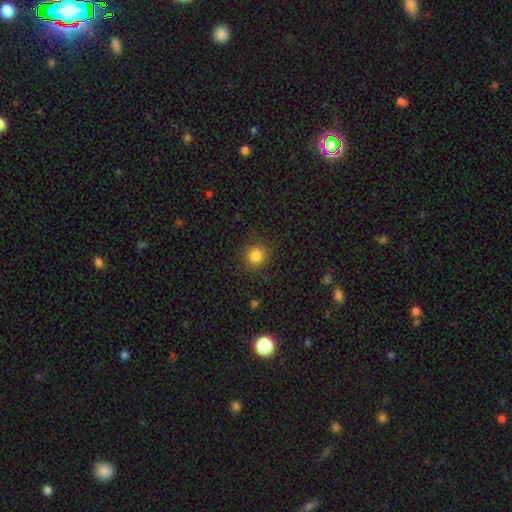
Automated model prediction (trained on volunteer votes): This appears to be a smooth galaxy with no disk features (83%) that is round (93%). Merging: none (89%).